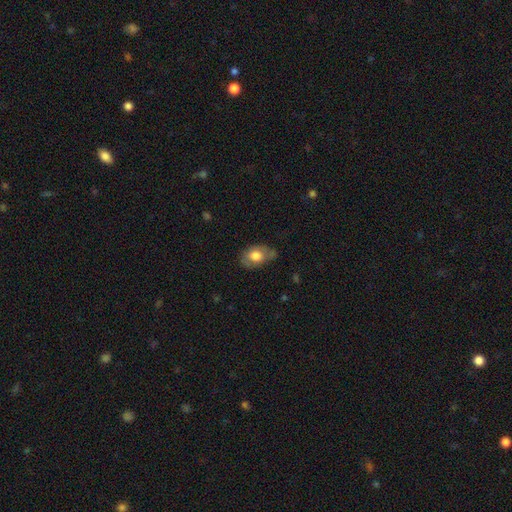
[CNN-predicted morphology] A smooth galaxy with no disk features (67%) that is in between round and cigar-shaped (85%). Merging: none (56%).